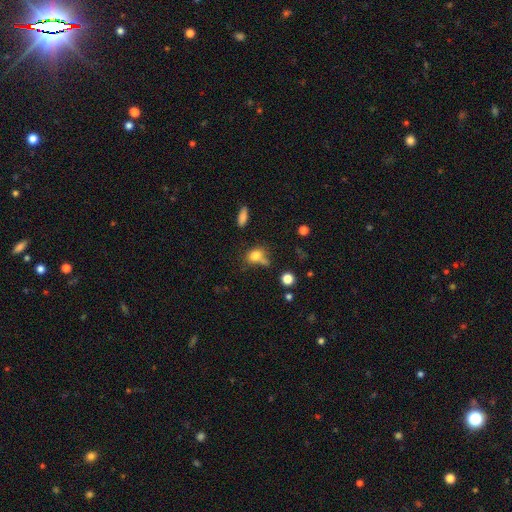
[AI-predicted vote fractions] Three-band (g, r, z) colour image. It shows a smooth galaxy with no disk features (77%) that is in between round and cigar-shaped (54%). Merging: none (45%).